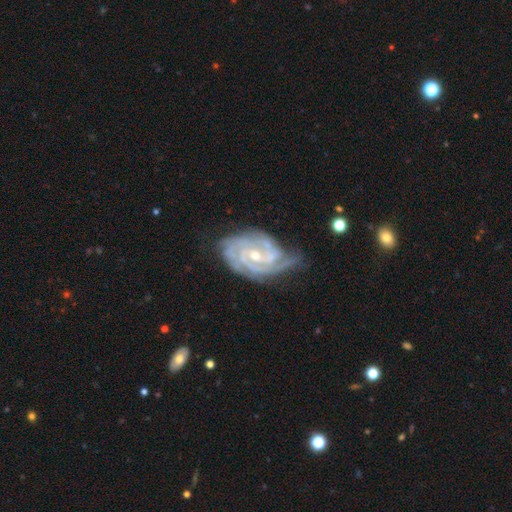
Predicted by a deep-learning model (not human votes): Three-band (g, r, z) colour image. It shows a featured or disk galaxy (91%) with no bar (47%), 3 (39%) tight (74%) spiral arms (98%) and a small central bulge (53%). Merging: none (63%).